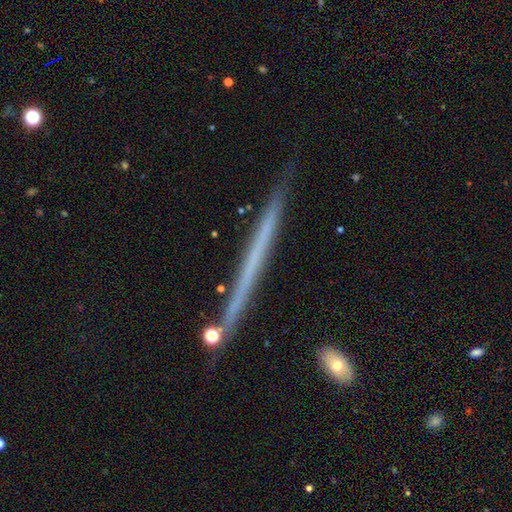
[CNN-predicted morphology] A featured or disk galaxy (59%) viewed edge-on (97%) with no central bulge (92%). Merging: none (85%).